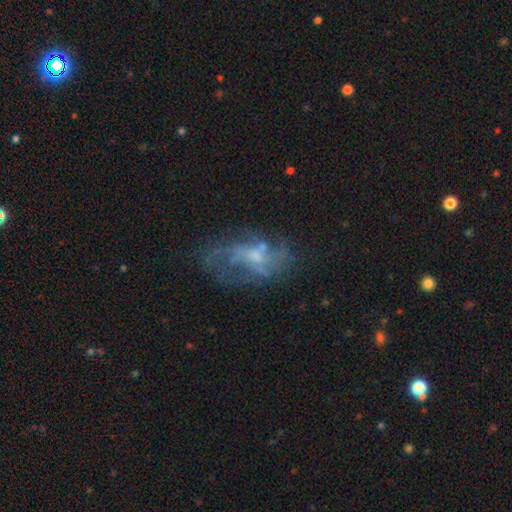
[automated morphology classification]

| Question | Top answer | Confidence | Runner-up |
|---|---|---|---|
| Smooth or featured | featured or disk | 64% | smooth (21%) |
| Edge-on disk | no | 94% | yes (6%) |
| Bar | no | 63% | weak (31%) |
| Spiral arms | yes | 66% | no (34%) |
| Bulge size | small | 56% | moderate (29%) |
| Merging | none | 60% | minor disturbance (20%) |